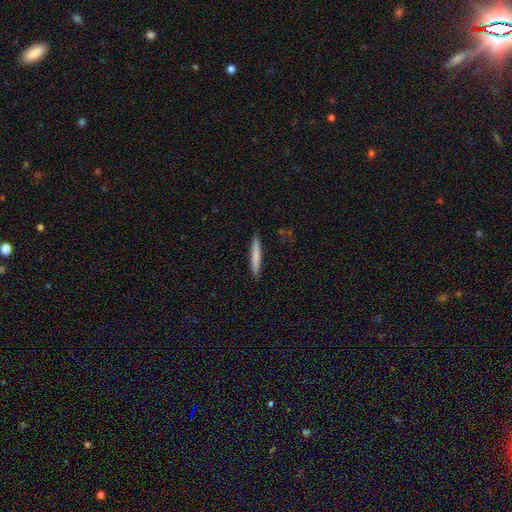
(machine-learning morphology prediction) This is likely a smooth galaxy (76%). How rounded: clearly cigar-shaped (95%). Merging: clearly none (89%).